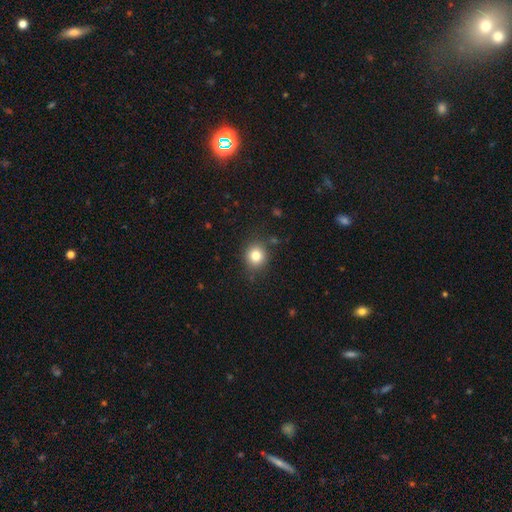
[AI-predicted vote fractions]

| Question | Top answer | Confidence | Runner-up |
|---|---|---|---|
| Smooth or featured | smooth | 81% | star or artifact (12%) |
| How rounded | round | 84% | in between (15%) |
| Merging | none | 85% | minor disturbance (10%) |